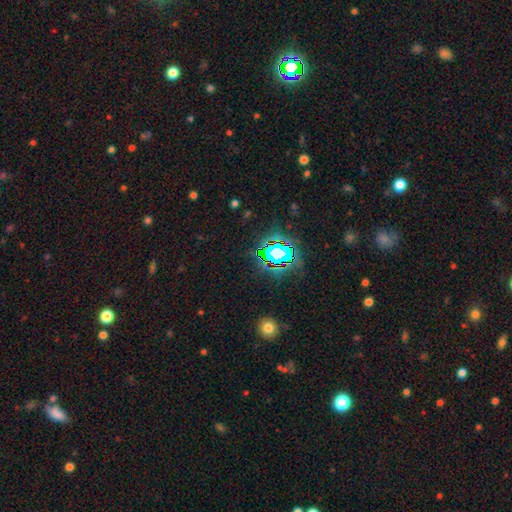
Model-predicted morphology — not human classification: The model was most divided on "smooth or featured": star or artifact: 73%, smooth: 18%, featured or disk: 9%.